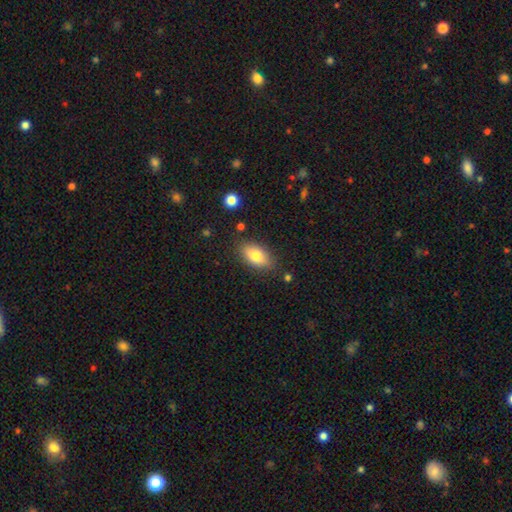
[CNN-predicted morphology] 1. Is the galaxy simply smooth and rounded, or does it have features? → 78% smooth, 14% featured or disk, 8% star or artifact.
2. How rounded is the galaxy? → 90% in between, 5% round, 5% cigar-shaped.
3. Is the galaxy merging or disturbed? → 83% none, 12% minor disturbance, 3% major disturbance, 2% merger.